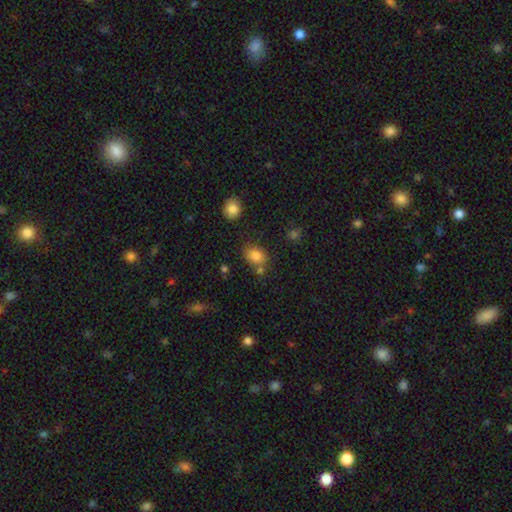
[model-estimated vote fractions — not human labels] Q: Smooth or featured?
A: smooth (82%); runner-up: star or artifact (10%)
Q: How rounded?
A: in between (65%); runner-up: round (34%)
Q: Merging?
A: none (66%); runner-up: minor disturbance (16%)